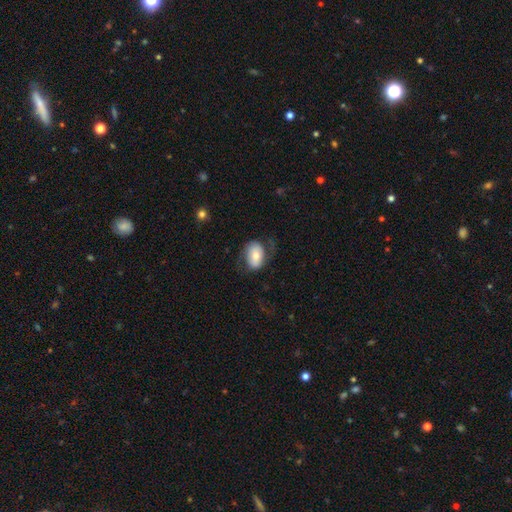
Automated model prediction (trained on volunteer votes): A smooth galaxy with no disk features (48%).

Vote fractions:
- Smooth or featured? smooth: 48% / featured or disk: 45% / star or artifact: 7%
- Merging? none: 58% / major disturbance: 21% / minor disturbance: 20% / merger: 2%